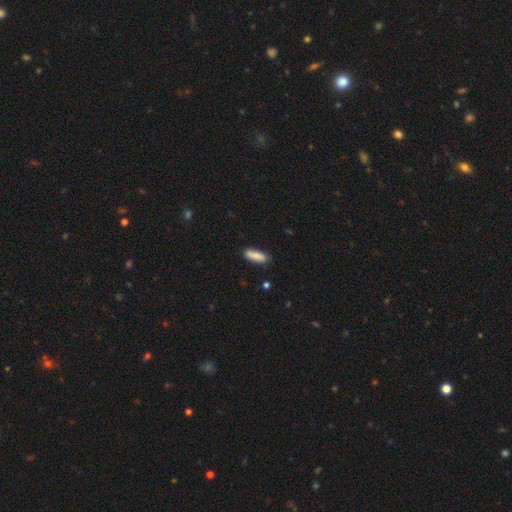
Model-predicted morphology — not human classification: type=smooth (85%); roundness=in between (60%); merging=none (82%).